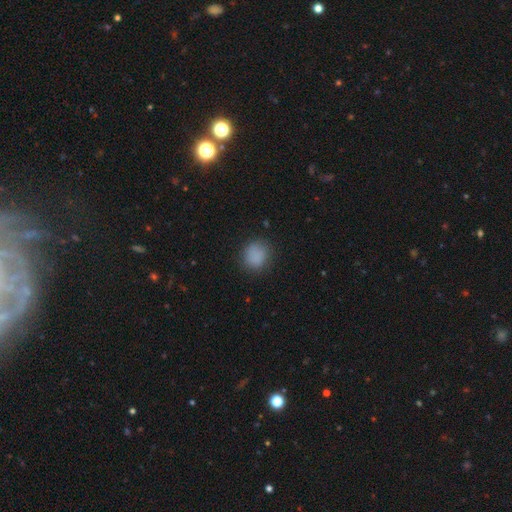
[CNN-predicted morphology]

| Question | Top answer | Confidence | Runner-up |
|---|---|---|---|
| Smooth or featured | smooth | 85% | star or artifact (10%) |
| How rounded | round | 83% | in between (16%) |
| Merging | none | 81% | minor disturbance (14%) |